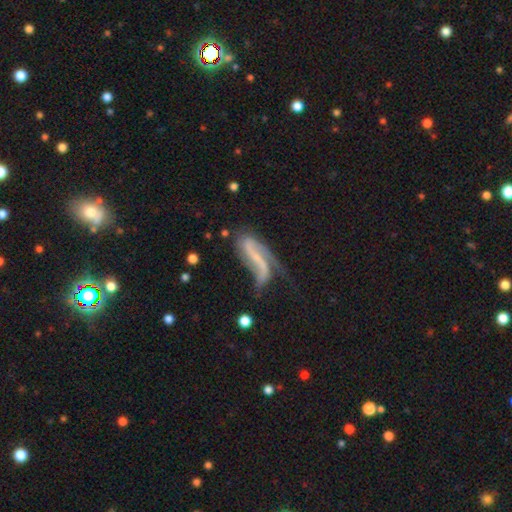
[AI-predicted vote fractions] This appears to be a featured or disk galaxy (70%) with a strong bar (42%), spiral arms (82%) and no central bulge (47%). Merging: major disturbance (35%).